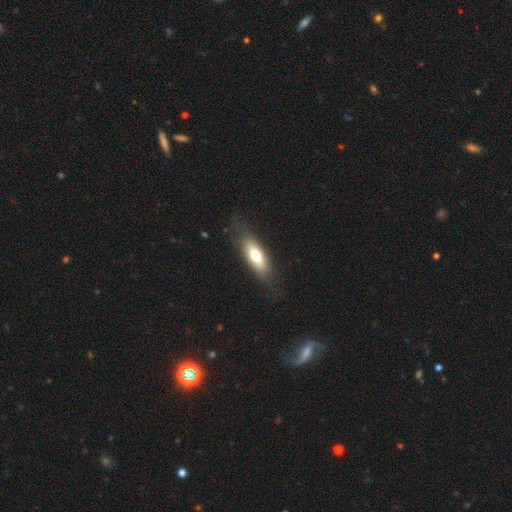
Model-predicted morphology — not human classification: Q: Smooth or featured?
A: smooth (66%); runner-up: featured or disk (27%)
Q: How rounded?
A: in between (68%); runner-up: cigar-shaped (29%)
Q: Merging?
A: none (78%); runner-up: minor disturbance (15%)